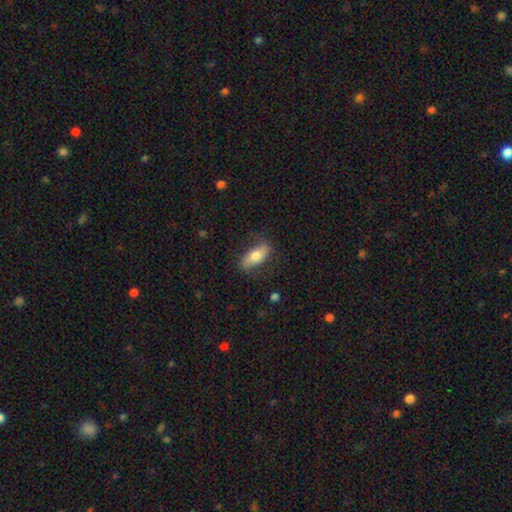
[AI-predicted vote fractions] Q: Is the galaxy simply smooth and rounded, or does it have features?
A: smooth — 66%.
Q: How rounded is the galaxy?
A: in between — 75%.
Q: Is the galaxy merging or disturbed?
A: none — 78%.